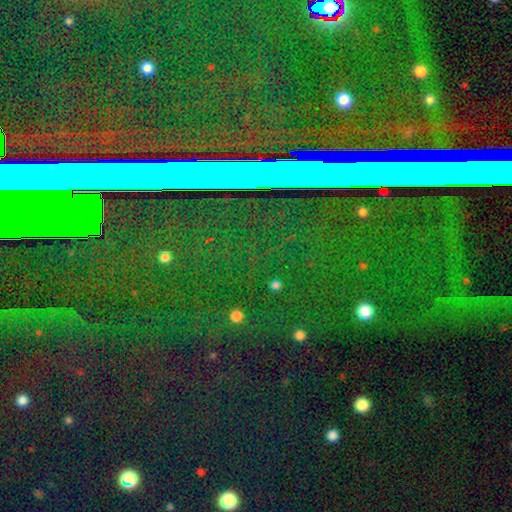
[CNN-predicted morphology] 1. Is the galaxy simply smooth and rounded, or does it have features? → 85% star or artifact, 8% smooth, 7% featured or disk.